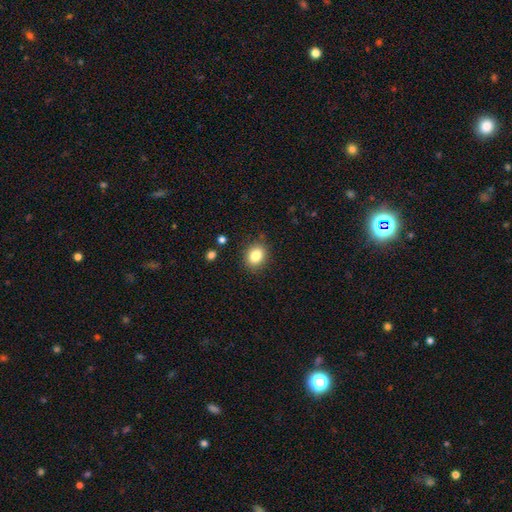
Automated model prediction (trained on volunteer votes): Smooth or featured?
  - smooth: 84% *
  - star or artifact: 10%
  - featured or disk: 6%
How rounded?
  - round: 58% *
  - in between: 41%
  - cigar-shaped: 1%
Merging?
  - none: 87% *
  - minor disturbance: 9%
  - major disturbance: 3%
  - merger: 2%